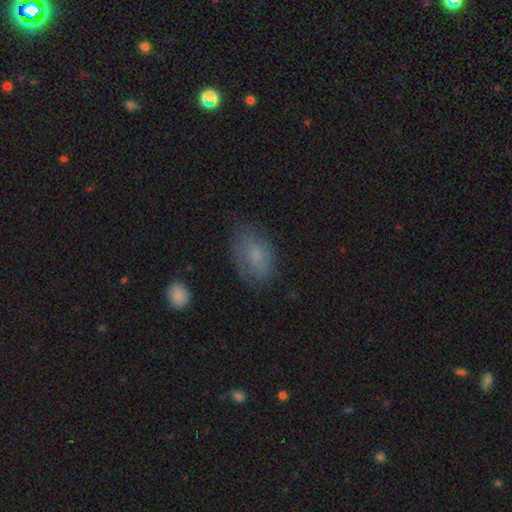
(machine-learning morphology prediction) Q: Smooth or featured?
A: smooth (64%); runner-up: featured or disk (26%)
Q: How rounded?
A: in between (87%); runner-up: round (11%)
Q: Merging?
A: none (64%); runner-up: minor disturbance (25%)